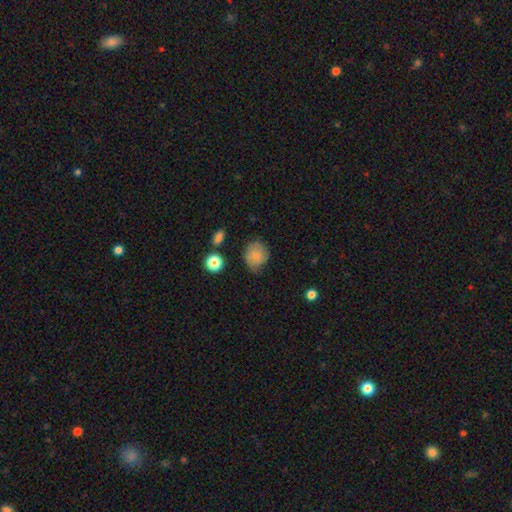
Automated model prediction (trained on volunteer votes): Overall: smooth (77%). How rounded: round (74%). Merging: none (65%; minor disturbance 26%).